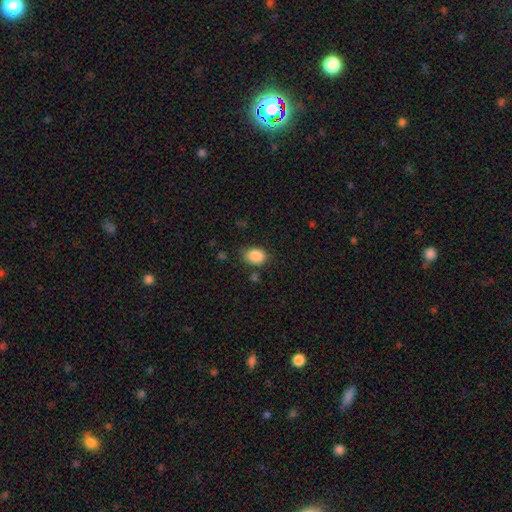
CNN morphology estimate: type=smooth (87%); roundness=in between (70%); merging=none (76%).